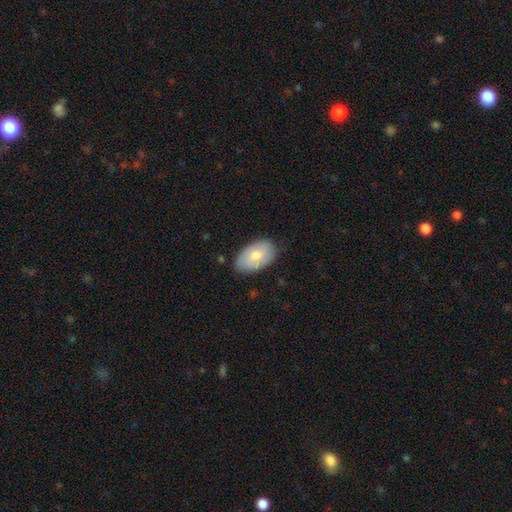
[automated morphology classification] Q: Smooth or featured?
A: smooth (73%); runner-up: featured or disk (22%)
Q: How rounded?
A: in between (94%); runner-up: round (5%)
Q: Merging?
A: none (80%); runner-up: minor disturbance (16%)